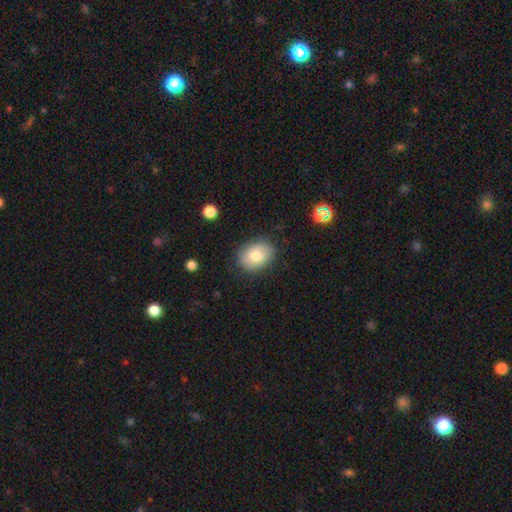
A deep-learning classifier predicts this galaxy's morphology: Smooth or featured? smooth (79%)
How rounded? in between (66%)
Merging? none (82%)